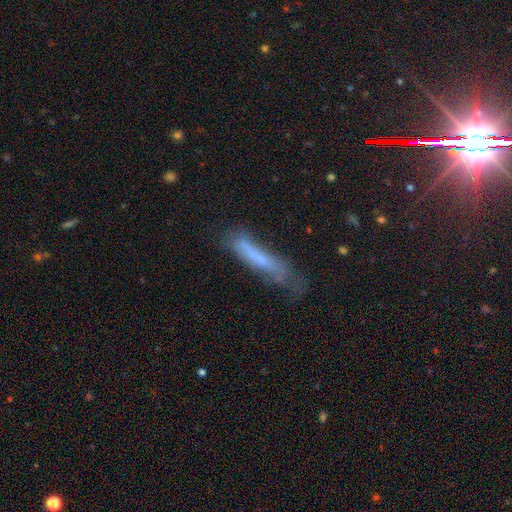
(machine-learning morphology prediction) This is possibly a smooth galaxy (53%). How rounded: clearly cigar-shaped (86%). Merging: possibly none (45%).